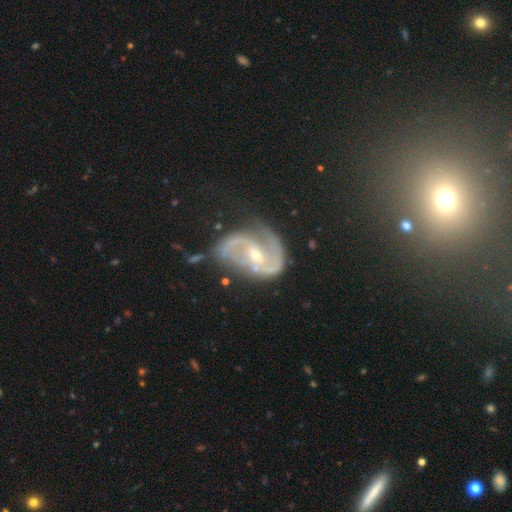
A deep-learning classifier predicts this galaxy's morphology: Smooth or featured? featured or disk (88%)
Edge-on disk? no (98%)
Bar? weak (45%)
Spiral arms? yes (96%)
Spiral winding? medium (50%)
Spiral arm count? 2 (85%)
Bulge size? small (49%)
Merging? none (54%)